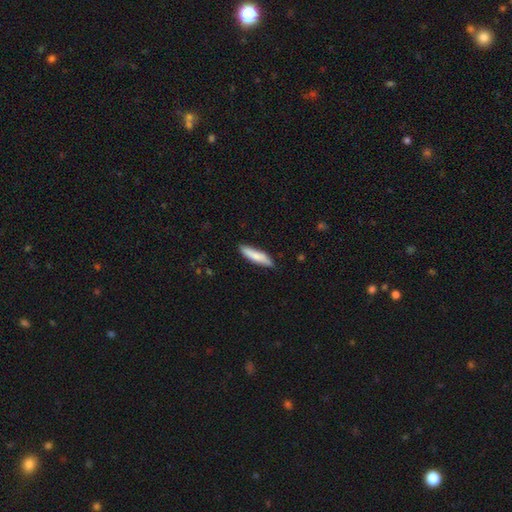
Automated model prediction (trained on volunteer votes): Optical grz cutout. It shows a smooth galaxy with no disk features (78%) that is cigar-shaped (76%). Merging: none (83%).